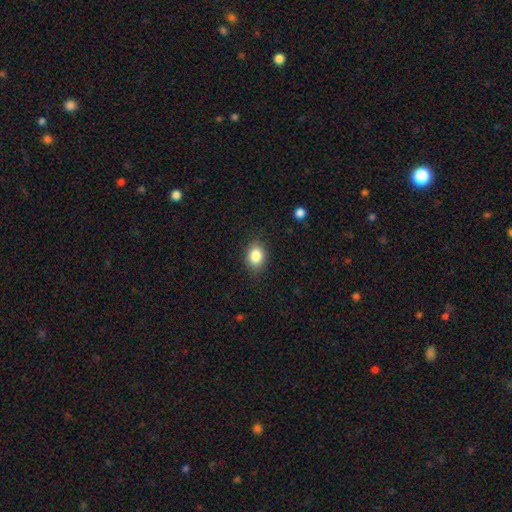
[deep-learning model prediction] smooth-or-featured: smooth: 84% | star or artifact: 9% | featured or disk: 7%
  how-rounded: in between: 64% | round: 35% | cigar-shaped: 1%
  merging: none: 85% | minor disturbance: 11% | major disturbance: 3% | merger: 1%